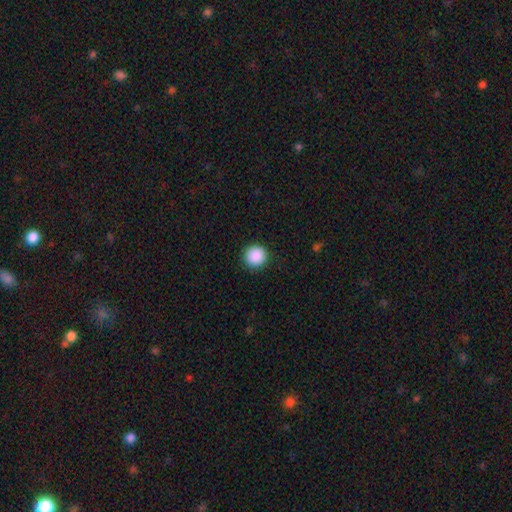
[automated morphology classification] Smooth or featured? Predicted: smooth (p=0.89). How rounded? Predicted: round (p=0.95). Merging? Predicted: none (p=0.92).